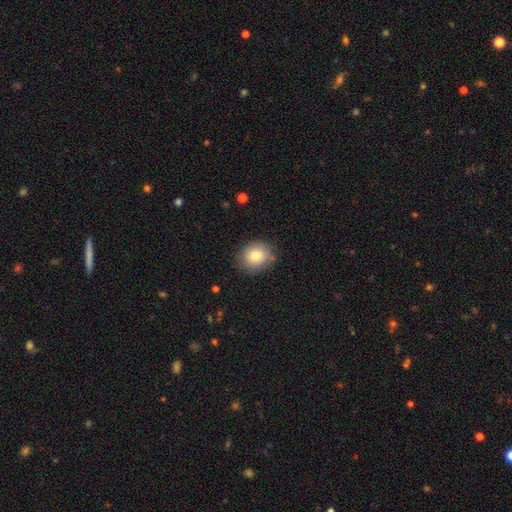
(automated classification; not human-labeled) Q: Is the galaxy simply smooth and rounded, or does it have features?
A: smooth — 81%.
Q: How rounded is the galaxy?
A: round — 64%.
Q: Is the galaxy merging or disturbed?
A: none — 80%.